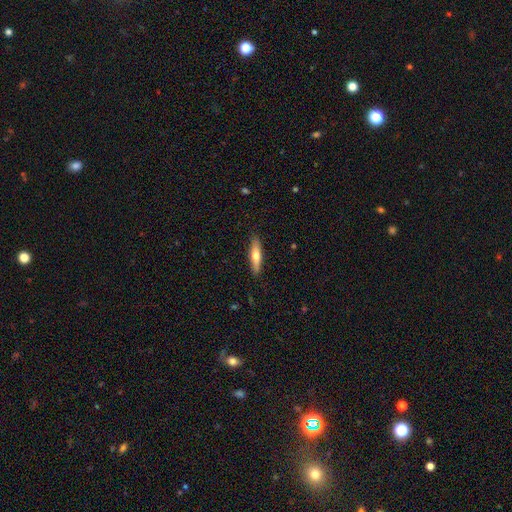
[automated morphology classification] Overall: smooth (55%; featured or disk 39%). How rounded: cigar-shaped (77%). Merging: none (89%).